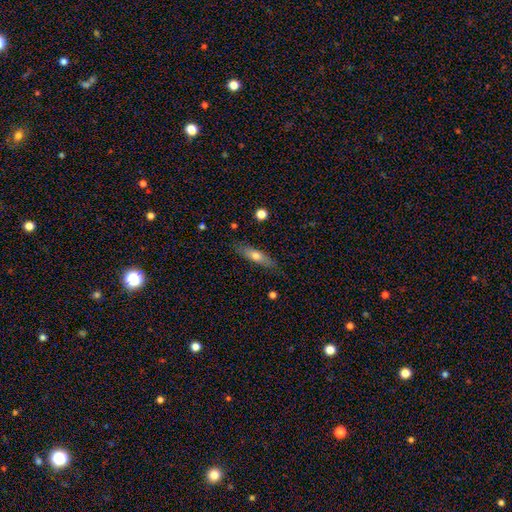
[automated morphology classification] This appears to be a smooth galaxy with no disk features (62%) that is cigar-shaped (63%). Merging: none (81%).